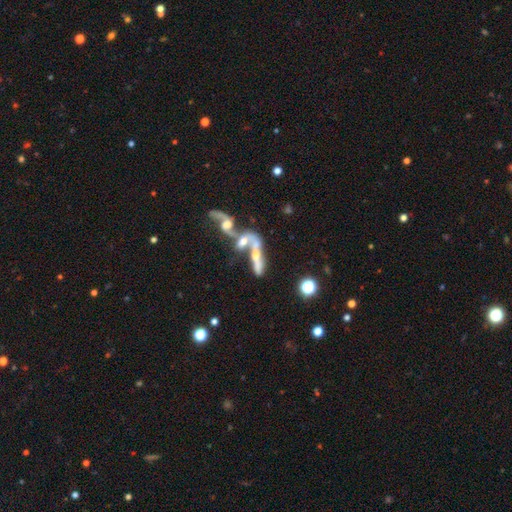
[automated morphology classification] type=featured or disk (62%); edge-on=no (67%); merging=merger (65%).